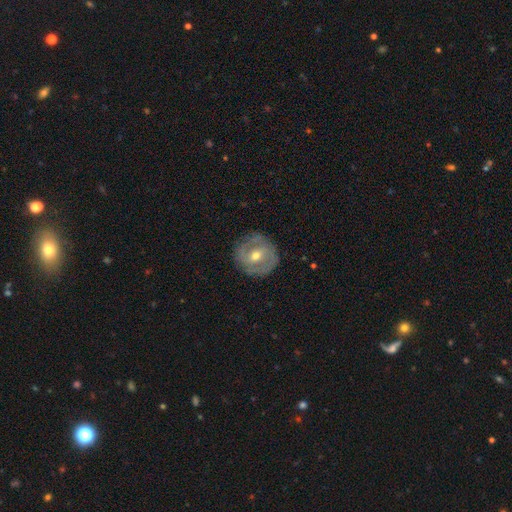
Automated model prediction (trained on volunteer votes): This appears to be a featured or disk galaxy (72%) with a weak bar (45%), 2 (67%) tight (49%) spiral arms (76%) and a moderate central bulge (63%). Merging: none (83%).